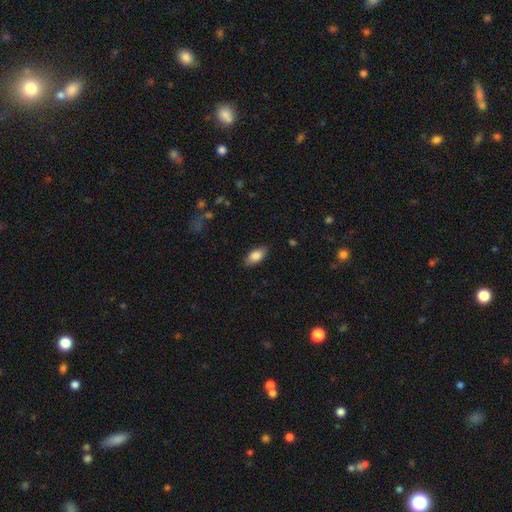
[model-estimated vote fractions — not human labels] This is clearly a smooth galaxy (84%). How rounded: clearly in between (89%). Merging: clearly none (85%).